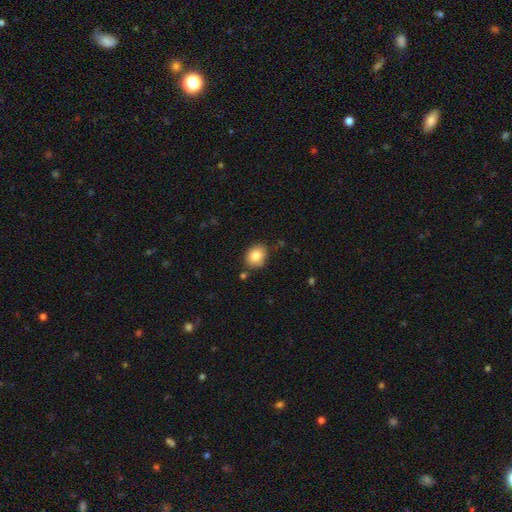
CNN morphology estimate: Smooth or featured: smooth — 84% (star or artifact — 9%)
How rounded: round — 60% (in between — 39%)
Merging: none — 79% (minor disturbance — 14%)